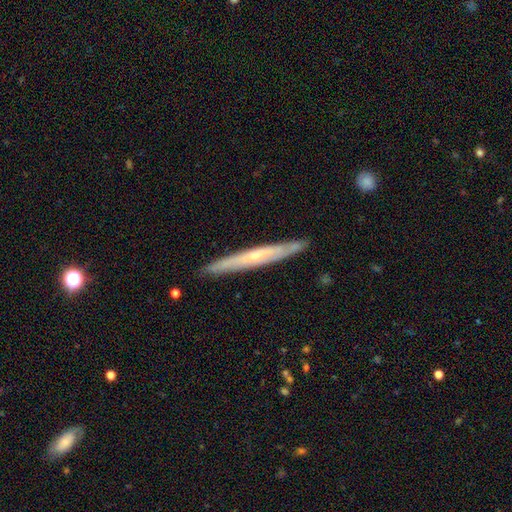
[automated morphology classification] A featured or disk galaxy (65%) viewed edge-on (88%) with no central bulge (49%). Merging: none (87%).